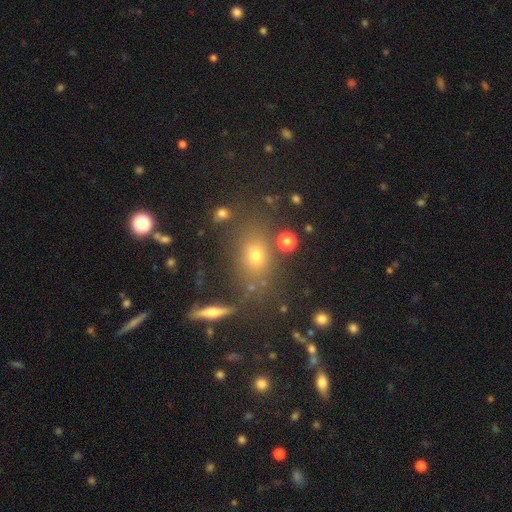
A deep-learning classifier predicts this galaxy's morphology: smooth-or-featured: smooth: 61% | star or artifact: 25% | featured or disk: 14%
  how-rounded: in between: 59% | round: 37% | cigar-shaped: 4%
  merging: none: 77% | minor disturbance: 12% | merger: 7% | major disturbance: 5%